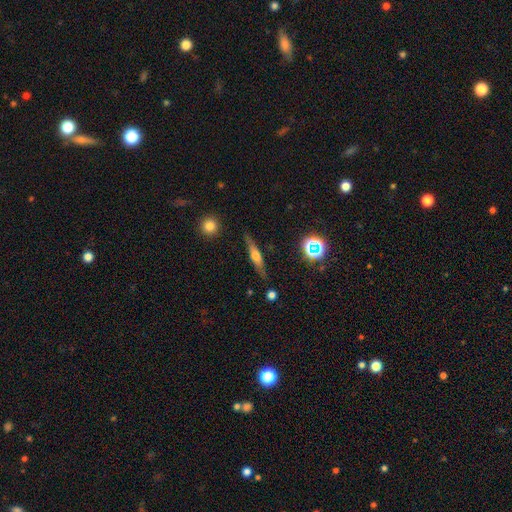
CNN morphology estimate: This appears to be a featured or disk galaxy (53%) viewed edge-on (89%). Merging: none (82%).